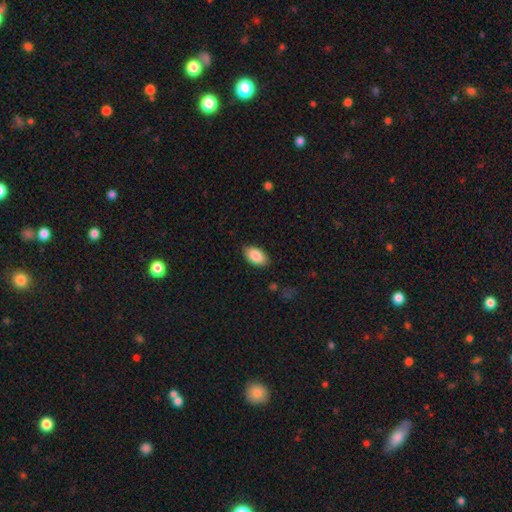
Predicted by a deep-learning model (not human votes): Smooth or featured?
  - smooth: 87% *
  - star or artifact: 6%
  - featured or disk: 6%
How rounded?
  - in between: 94% *
  - round: 4%
  - cigar-shaped: 2%
Merging?
  - none: 85% *
  - minor disturbance: 12%
  - major disturbance: 2%
  - merger: 1%